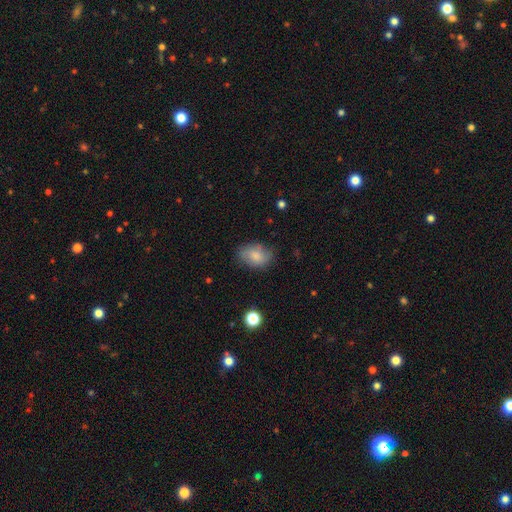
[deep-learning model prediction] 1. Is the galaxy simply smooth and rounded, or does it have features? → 79% smooth, 13% featured or disk, 8% star or artifact.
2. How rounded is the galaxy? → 80% in between, 19% round, 1% cigar-shaped.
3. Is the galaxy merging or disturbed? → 72% none, 21% minor disturbance, 6% major disturbance, 2% merger.